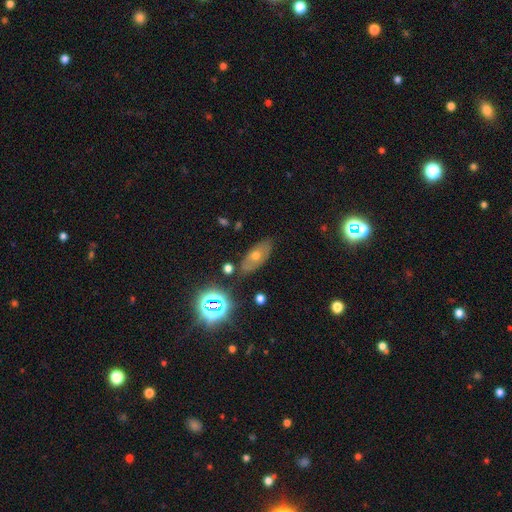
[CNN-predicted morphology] This is possibly a smooth galaxy (47%). Merging: likely none (80%).